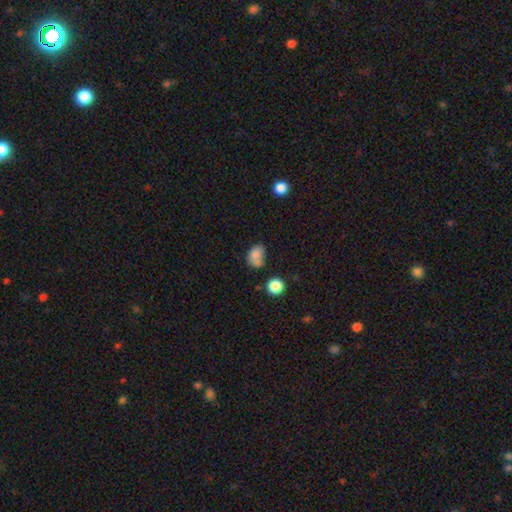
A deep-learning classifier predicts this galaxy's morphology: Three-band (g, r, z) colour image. It shows a smooth galaxy with no disk features (78%) that is in between round and cigar-shaped (73%). Merging: none (40%).